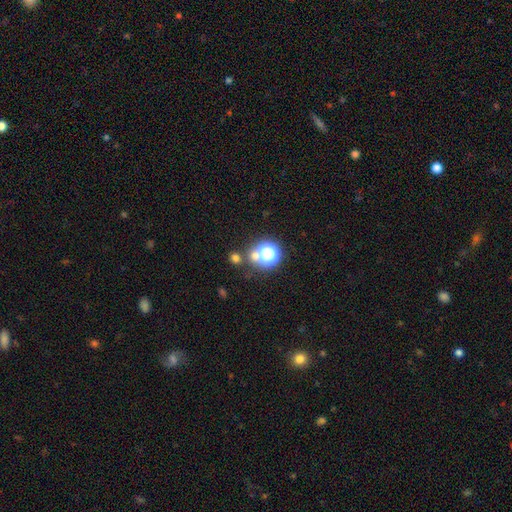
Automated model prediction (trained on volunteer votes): smooth_or_featured: smooth (p=0.55) [alt: star or artifact p=0.35]
how_rounded: round (p=0.85) [alt: in between p=0.14]
merging: none (p=0.64) [alt: merger p=0.23]